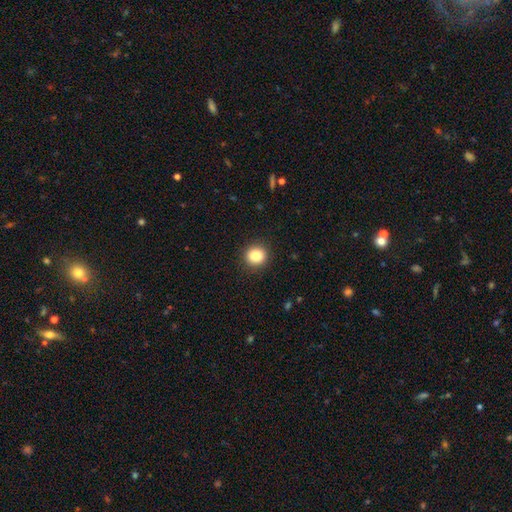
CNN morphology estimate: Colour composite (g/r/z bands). It shows a smooth galaxy with no disk features (85%) that is round (85%). Merging: none (91%).